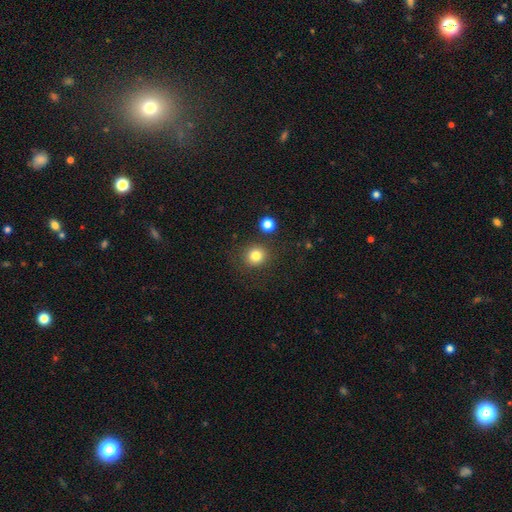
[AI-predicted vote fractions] smooth 82%, star or artifact 12%, featured or disk 6%. Down the decision tree: how rounded — round (89%); merging — none (84%).